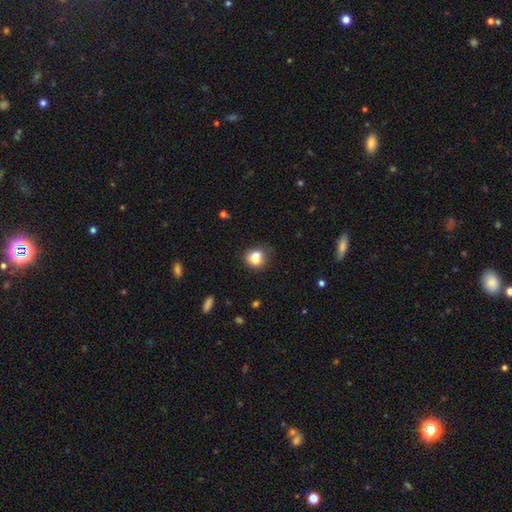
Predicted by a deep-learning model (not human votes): Smooth or featured? smooth (76%)
How rounded? round (64%)
Merging? none (43%)